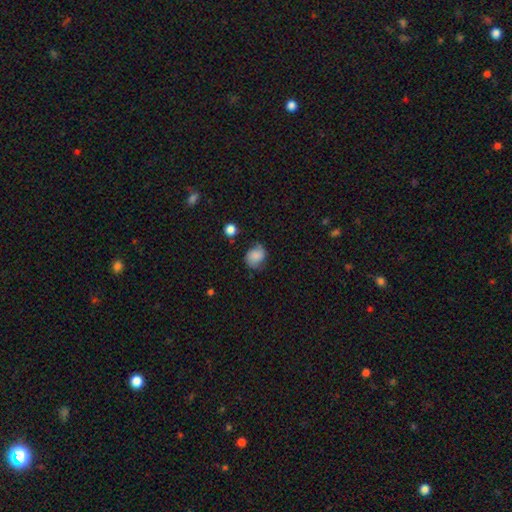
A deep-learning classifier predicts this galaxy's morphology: smooth-or-featured: smooth: 70% | featured or disk: 21% | star or artifact: 10%
  how-rounded: round: 60% | in between: 39% | cigar-shaped: 1%
  merging: none: 61% | minor disturbance: 28% | major disturbance: 8% | merger: 3%